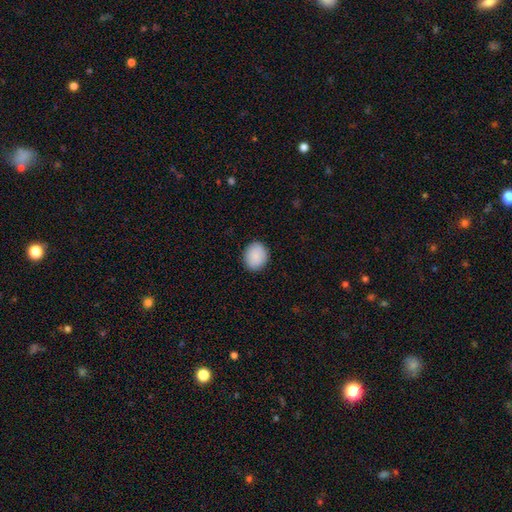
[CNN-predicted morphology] A smooth galaxy with no disk features (89%) that is round (66%). Merging: none (89%).